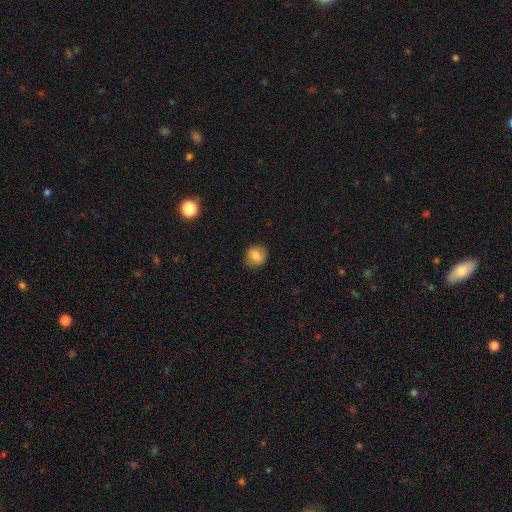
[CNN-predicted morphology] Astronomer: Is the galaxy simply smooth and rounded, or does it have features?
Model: smooth — 75%.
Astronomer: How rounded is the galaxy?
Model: round — 78%.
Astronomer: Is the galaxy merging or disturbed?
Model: none — 87%.